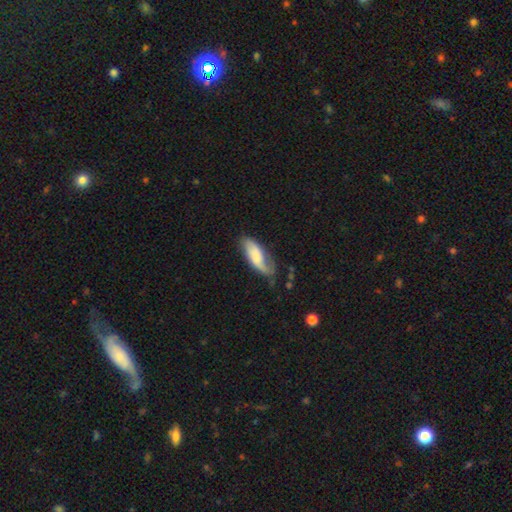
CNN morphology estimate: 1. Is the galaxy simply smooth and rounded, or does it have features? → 59% smooth, 34% featured or disk, 6% star or artifact.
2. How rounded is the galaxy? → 74% in between, 24% cigar-shaped, 2% round.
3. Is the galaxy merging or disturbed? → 48% none, 34% minor disturbance, 16% major disturbance, 3% merger.